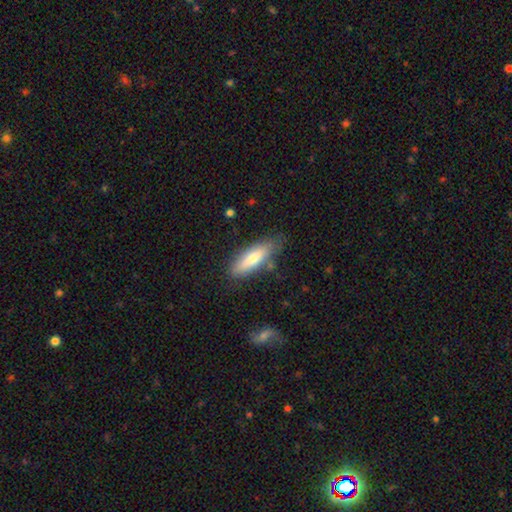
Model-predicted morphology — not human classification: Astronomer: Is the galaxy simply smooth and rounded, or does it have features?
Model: smooth — 72%.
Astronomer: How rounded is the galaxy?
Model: cigar-shaped — 50% (runner-up: in between, 49%).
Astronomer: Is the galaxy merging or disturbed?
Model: none — 75%.